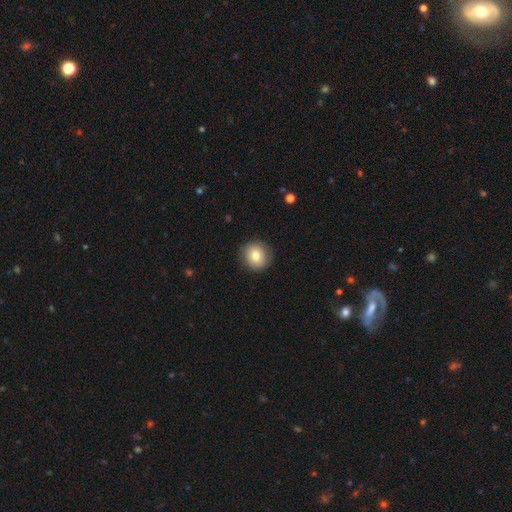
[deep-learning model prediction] A smooth galaxy with no disk features (78%) that is round (89%). Merging: none (88%).